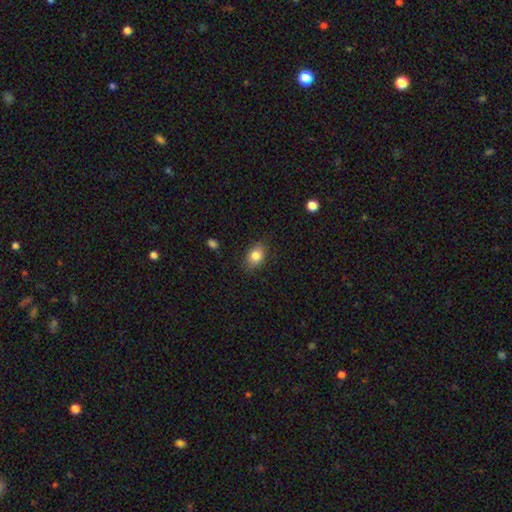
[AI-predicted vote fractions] Smooth or featured? Predicted: smooth (p=0.82). How rounded? Predicted: in between (p=0.75). Merging? Predicted: none (p=0.84).